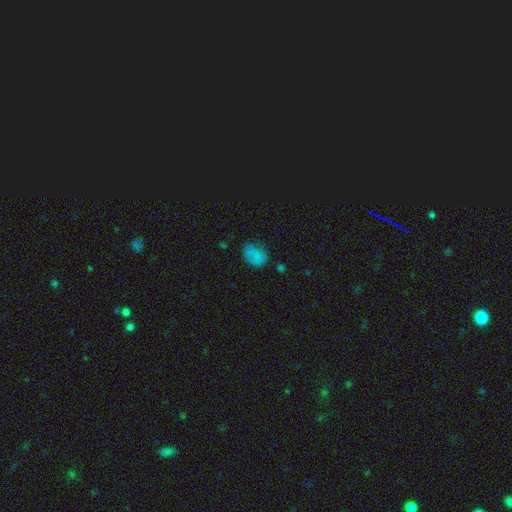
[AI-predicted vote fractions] Q: Smooth or featured?
A: smooth (67%); runner-up: featured or disk (17%)
Q: How rounded?
A: in between (53%); runner-up: round (46%)
Q: Merging?
A: none (55%); runner-up: minor disturbance (29%)